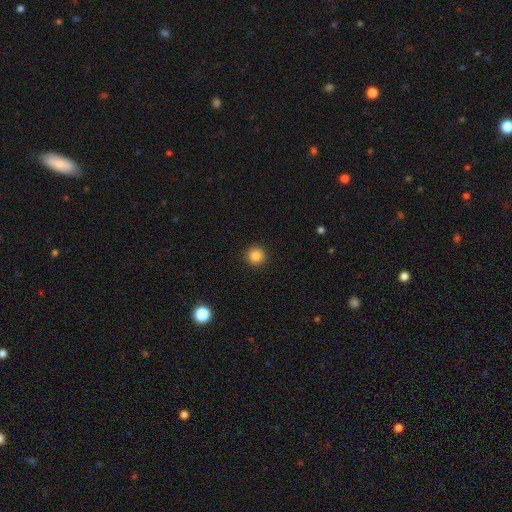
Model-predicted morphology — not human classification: Smooth or featured? smooth (85%)
How rounded? round (95%)
Merging? none (93%)